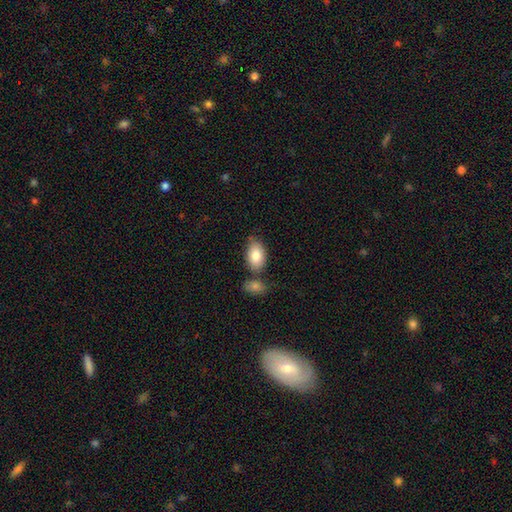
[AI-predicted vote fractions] Overall: smooth (82%). How rounded: in between (91%). Merging: none (62%).